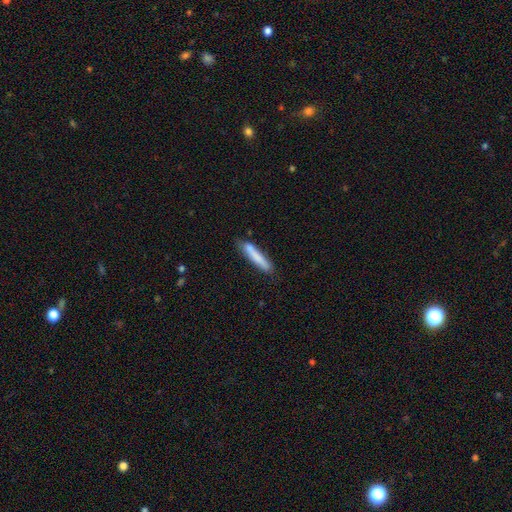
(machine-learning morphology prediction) Smooth or featured: smooth — 79% (featured or disk — 15%)
How rounded: cigar-shaped — 93% (in between — 6%)
Merging: none — 80% (minor disturbance — 15%)